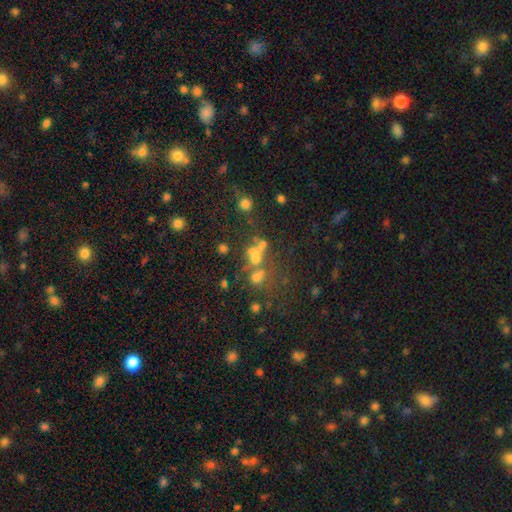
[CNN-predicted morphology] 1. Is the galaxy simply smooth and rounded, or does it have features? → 44% smooth, 36% star or artifact, 20% featured or disk.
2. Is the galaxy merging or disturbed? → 44% none, 37% merger, 10% minor disturbance, 8% major disturbance.